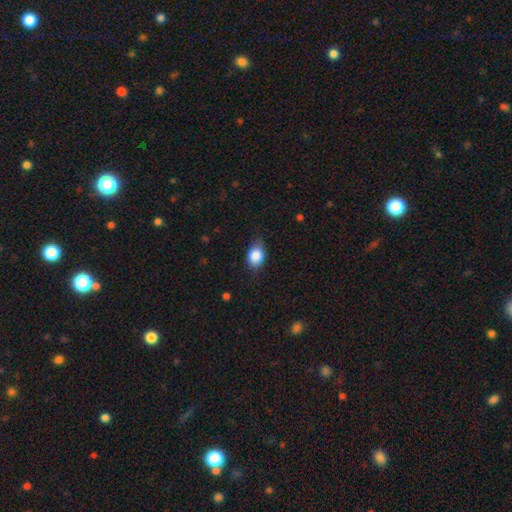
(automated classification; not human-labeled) The model was most divided on "how rounded": in between: 67%, round: 31%, cigar-shaped: 2%. More confident: smooth or featured — smooth (84%); merging — none (67%).